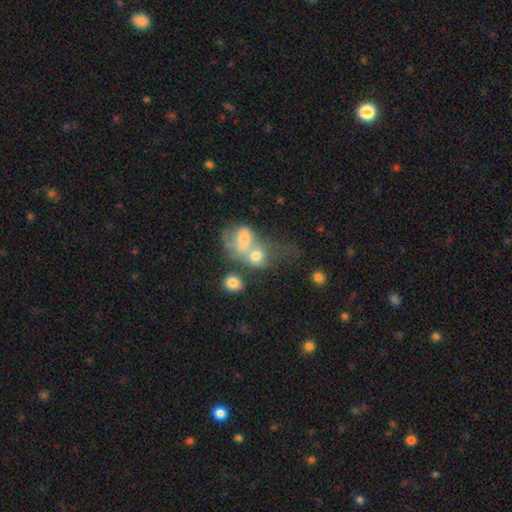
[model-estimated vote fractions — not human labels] Smooth or featured? smooth (62%)
How rounded? round (54%)
Merging? merger (63%)